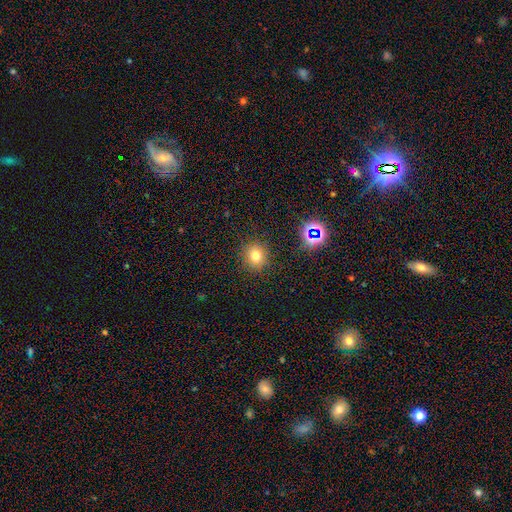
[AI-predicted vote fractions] This appears to be a smooth galaxy with no disk features (73%) that is round (86%). Merging: none (88%).